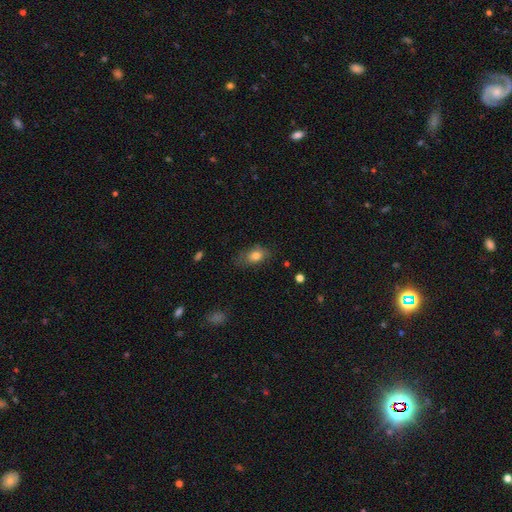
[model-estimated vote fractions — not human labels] A smooth galaxy with no disk features (78%) that is in between round and cigar-shaped (80%). Merging: none (64%).